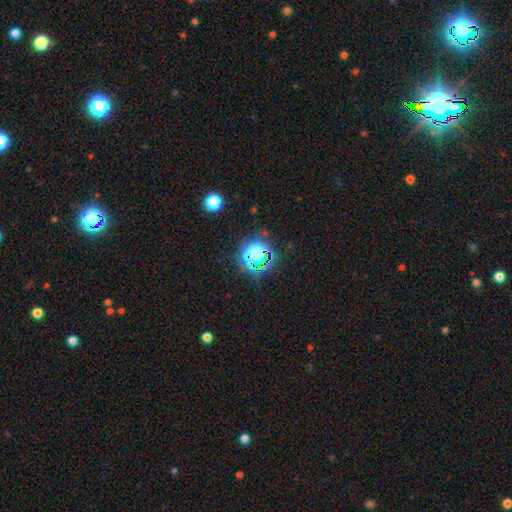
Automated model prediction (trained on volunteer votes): This appears to be a star or artifact, not a galaxy (62%).